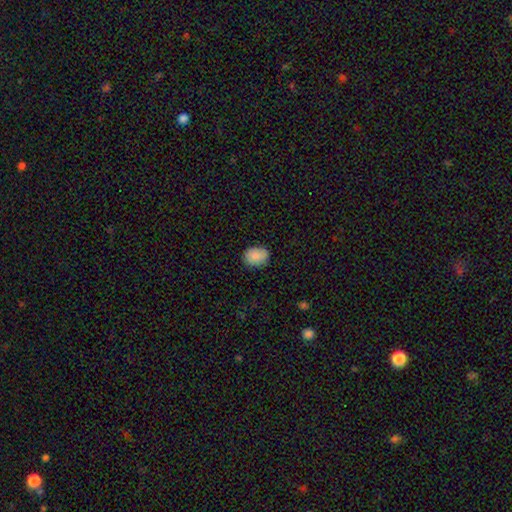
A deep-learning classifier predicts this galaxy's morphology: Smooth or featured? smooth (88%)
How rounded? in between (66%)
Merging? none (82%)